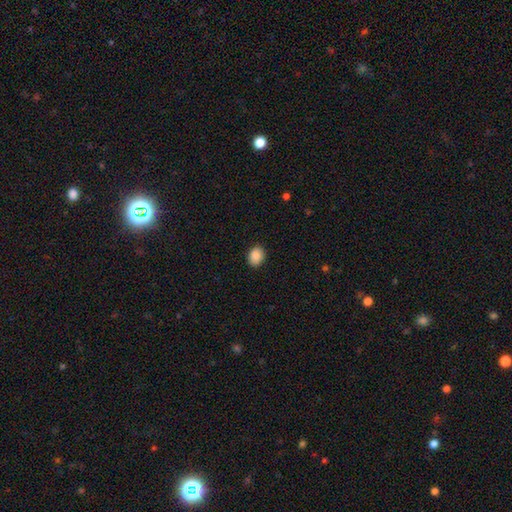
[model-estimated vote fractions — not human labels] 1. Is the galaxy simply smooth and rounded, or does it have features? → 89% smooth, 8% star or artifact, 3% featured or disk.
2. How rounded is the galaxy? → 66% in between, 33% round, 1% cigar-shaped.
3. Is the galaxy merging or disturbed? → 89% none, 8% minor disturbance, 2% major disturbance, 1% merger.